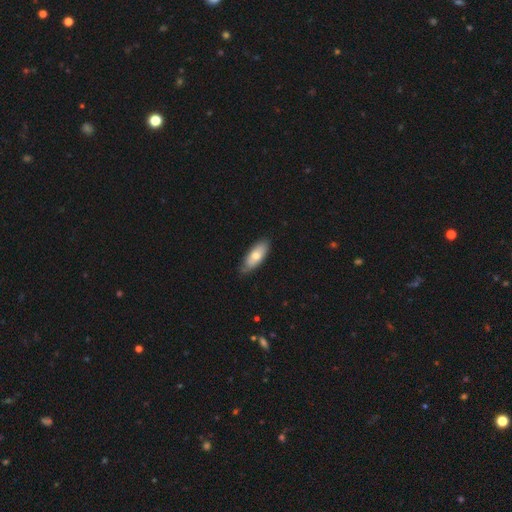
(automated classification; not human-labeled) The model was most divided on "smooth or featured": smooth: 69%, featured or disk: 26%, star or artifact: 6%. More confident: how rounded — in between (81%); merging — none (78%).